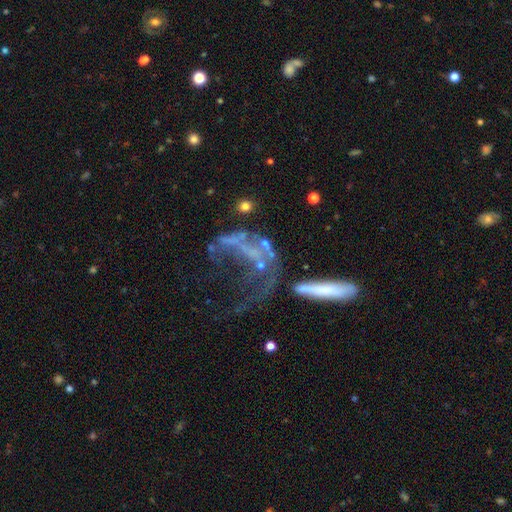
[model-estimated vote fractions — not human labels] Smooth or featured? featured or disk (57%)
Edge-on disk? no (87%)
Merging? major disturbance (49%)